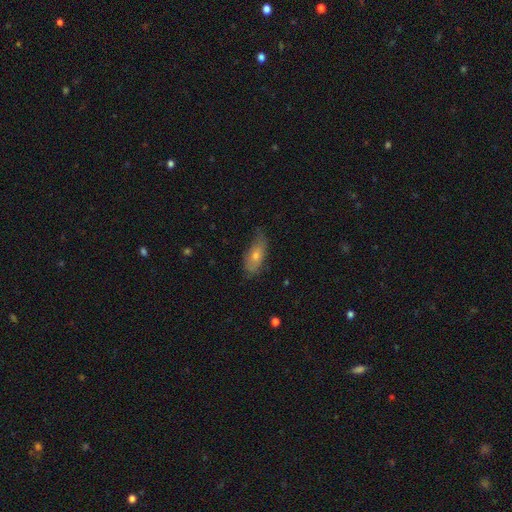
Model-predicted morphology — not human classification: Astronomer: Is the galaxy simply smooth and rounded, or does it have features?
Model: smooth — 57% (runner-up: featured or disk, 34%).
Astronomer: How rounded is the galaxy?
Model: in between — 78%.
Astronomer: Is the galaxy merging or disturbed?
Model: none — 59%.